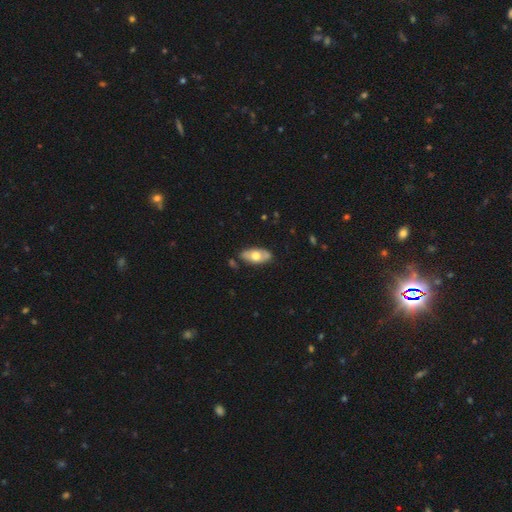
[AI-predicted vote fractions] Smooth or featured? Predicted: smooth (p=0.56). How rounded? Predicted: in between (p=0.90). Merging? Predicted: none (p=0.78).